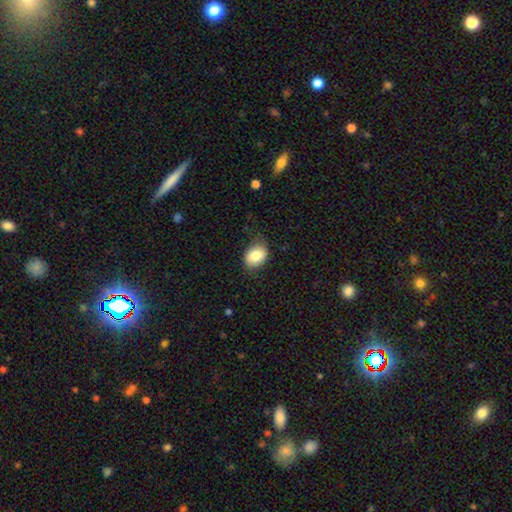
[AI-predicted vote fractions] A smooth galaxy with no disk features (83%) that is in between round and cigar-shaped (71%).

Vote fractions:
- Smooth or featured? smooth: 83% / featured or disk: 10% / star or artifact: 8%
- How rounded? in between: 71% / round: 28% / cigar-shaped: 1%
- Merging? none: 72% / minor disturbance: 22% / major disturbance: 5% / merger: 1%